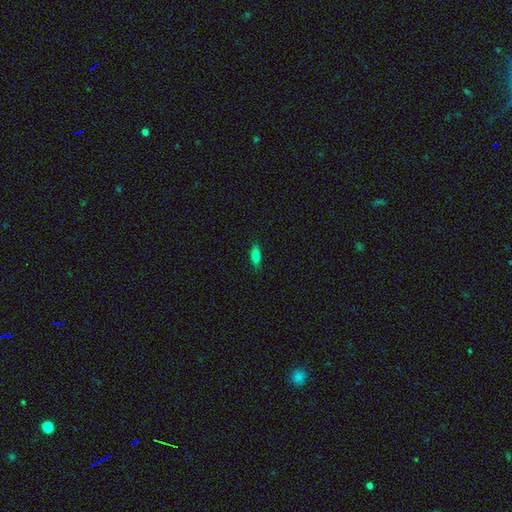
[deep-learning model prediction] smooth-or-featured: smooth: 77% | featured or disk: 14% | star or artifact: 9%
  how-rounded: in between: 59% | cigar-shaped: 39% | round: 3%
  merging: none: 85% | minor disturbance: 12% | major disturbance: 2% | merger: 1%